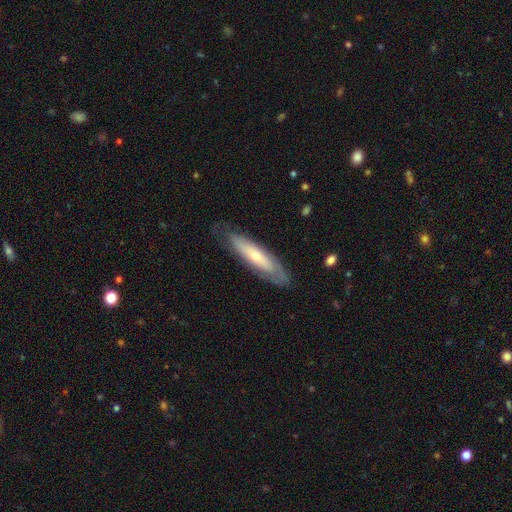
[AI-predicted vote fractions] A featured or disk galaxy (48%). Merging: none (74%).